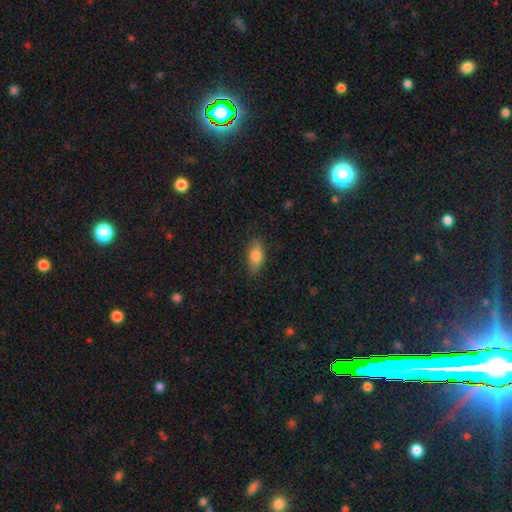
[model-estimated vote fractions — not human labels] Overall: smooth (80%). How rounded: in between (87%). Merging: none (84%).